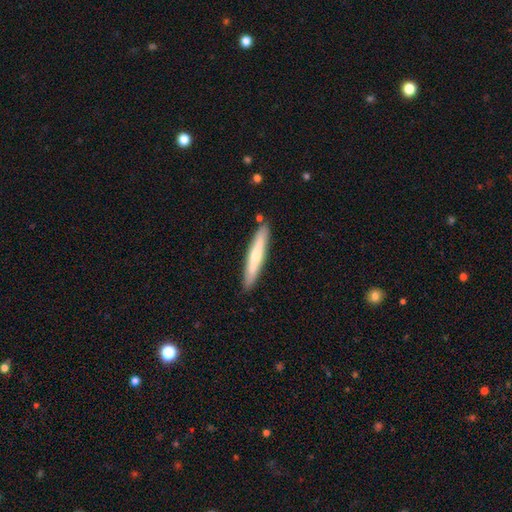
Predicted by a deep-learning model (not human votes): Q: Smooth or featured?
A: smooth (54%); runner-up: featured or disk (40%)
Q: How rounded?
A: cigar-shaped (93%); runner-up: in between (6%)
Q: Merging?
A: none (87%); runner-up: minor disturbance (9%)